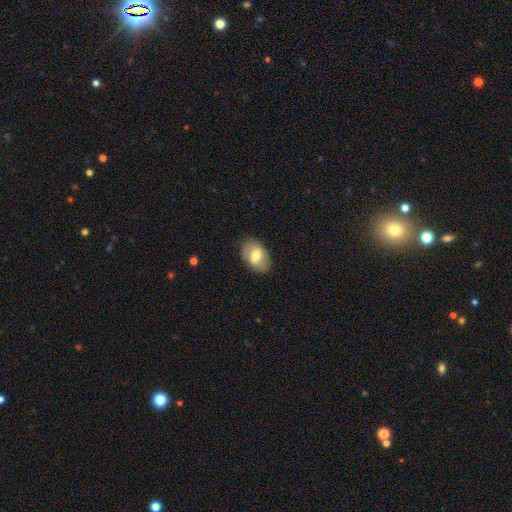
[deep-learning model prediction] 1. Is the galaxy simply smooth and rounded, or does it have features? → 60% smooth, 33% featured or disk, 7% star or artifact.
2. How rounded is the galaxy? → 86% in between, 12% round, 2% cigar-shaped.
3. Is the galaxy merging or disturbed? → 83% none, 13% minor disturbance, 4% major disturbance, 1% merger.